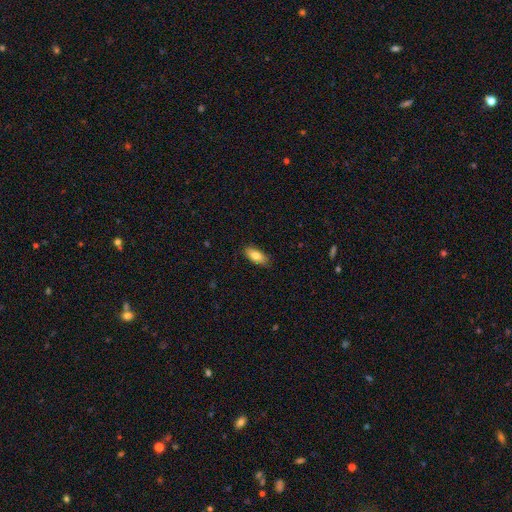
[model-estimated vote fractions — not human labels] The model was most divided on "smooth or featured": smooth: 81%, featured or disk: 13%, star or artifact: 7%. More confident: how rounded — in between (87%); merging — none (86%).